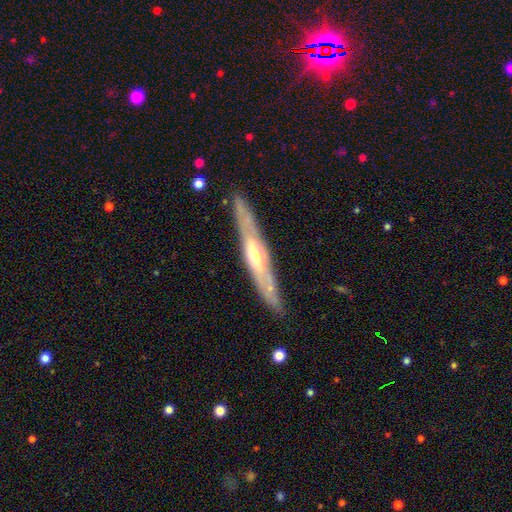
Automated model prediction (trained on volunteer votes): Morphology: type=featured or disk (71%); edge-on=yes (77%); edge-on bulge=rounded (73%); merging=none (84%).